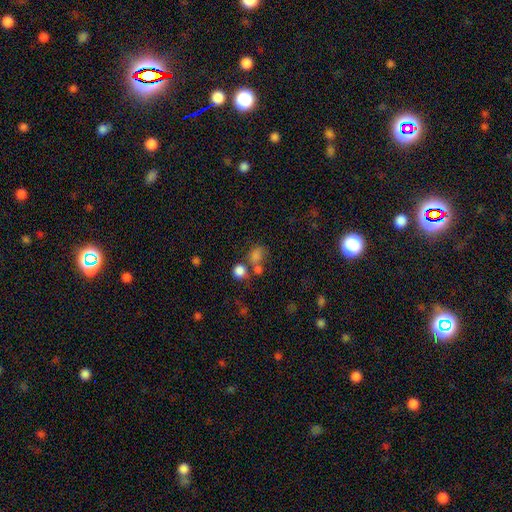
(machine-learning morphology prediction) The model was most divided on "how rounded": in between: 51%, round: 48%, cigar-shaped: 2%. Remaining: smooth or featured — smooth (75%); merging — none (46%).